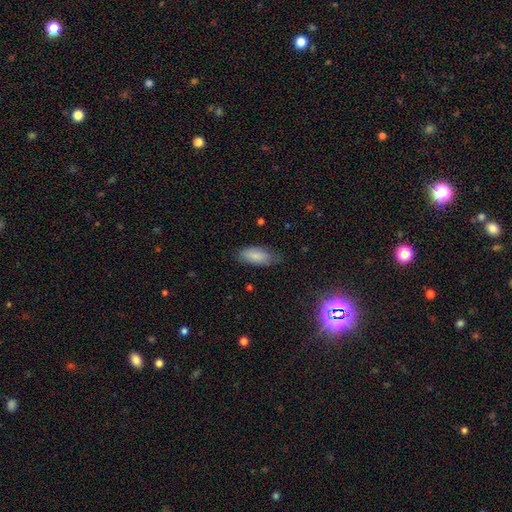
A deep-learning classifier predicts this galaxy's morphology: smooth 84%, featured or disk 10%, star or artifact 7%. Down the decision tree: how rounded — in between (88%); merging — none (70%).